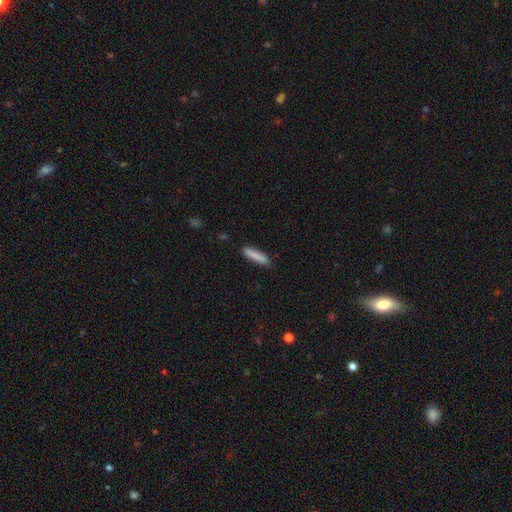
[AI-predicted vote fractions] This appears to be a smooth galaxy with no disk features (85%) that is cigar-shaped (85%). Merging: none (85%).